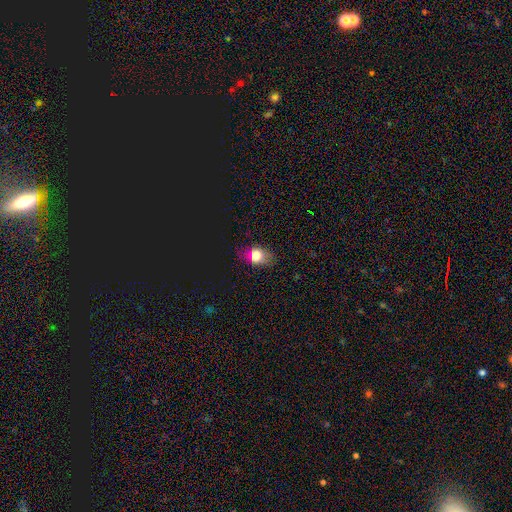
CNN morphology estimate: Overall: smooth (71%). How rounded: in between (67%; round 31%). Merging: none (76%).